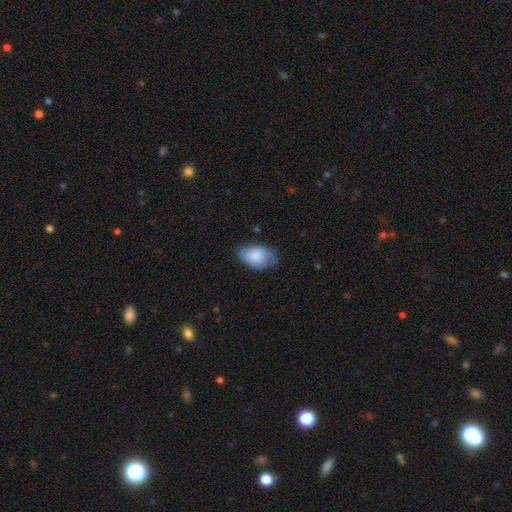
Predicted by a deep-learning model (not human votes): Smooth or featured? smooth (78%)
How rounded? in between (91%)
Merging? none (62%)